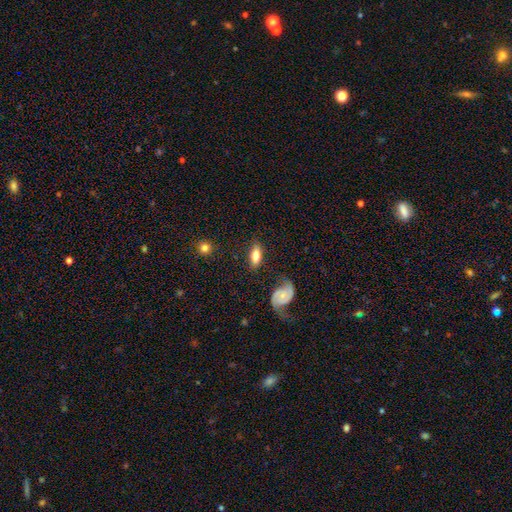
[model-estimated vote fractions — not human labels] Smooth or featured?
  - smooth: 69% *
  - featured or disk: 25%
  - star or artifact: 7%
How rounded?
  - in between: 81% *
  - cigar-shaped: 15%
  - round: 4%
Merging?
  - none: 77% *
  - minor disturbance: 14%
  - major disturbance: 5%
  - merger: 4%